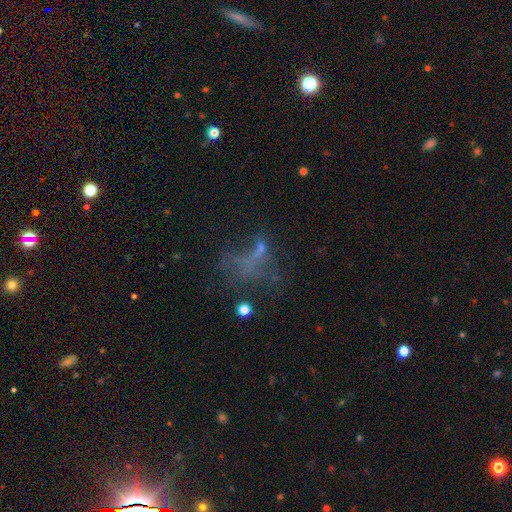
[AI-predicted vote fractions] smooth-or-featured: featured or disk: 38% | star or artifact: 32% | smooth: 30%
  merging: none: 38% | major disturbance: 36% | minor disturbance: 14% | merger: 12%